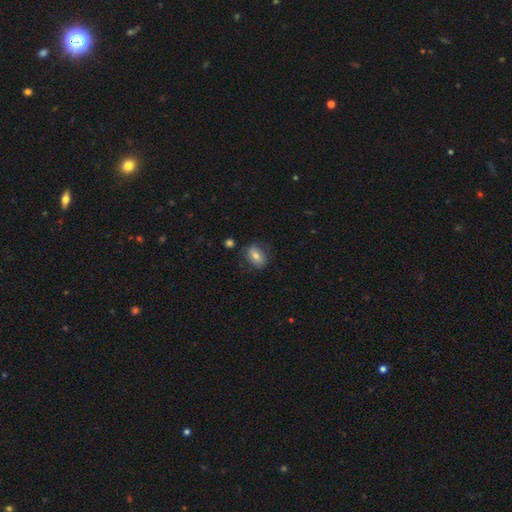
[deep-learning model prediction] Overall: smooth (73%). How rounded: in between (78%). Merging: none (76%).